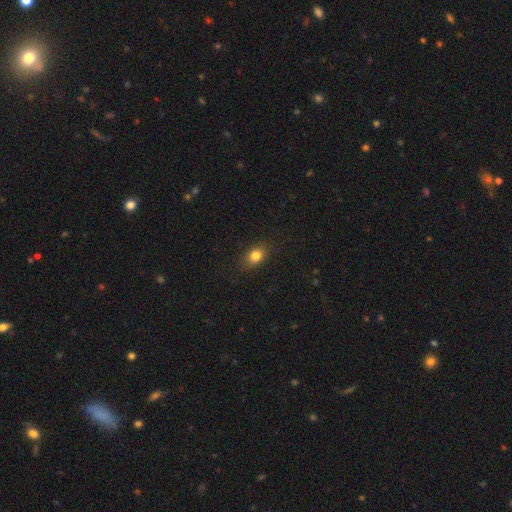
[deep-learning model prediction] This is clearly a smooth galaxy (82%). How rounded: likely in between (61%). Merging: clearly none (83%).